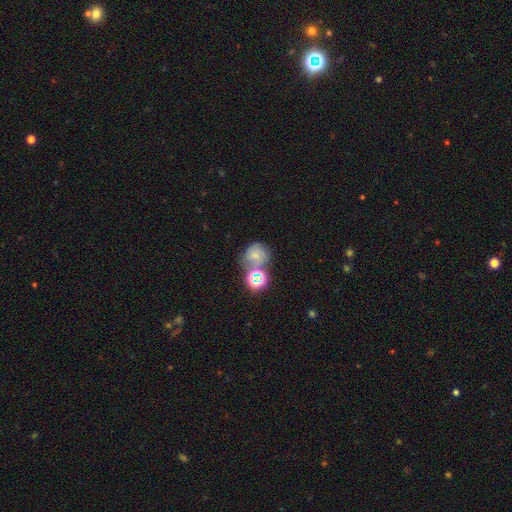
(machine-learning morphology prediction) Overall: smooth (47%; featured or disk 29%). Merging: none (46%; merger 27%).